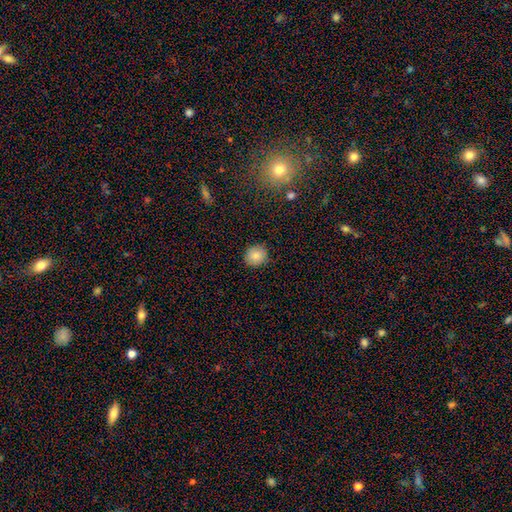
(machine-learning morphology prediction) Overall: smooth (85%). How rounded: round (84%). Merging: none (87%).